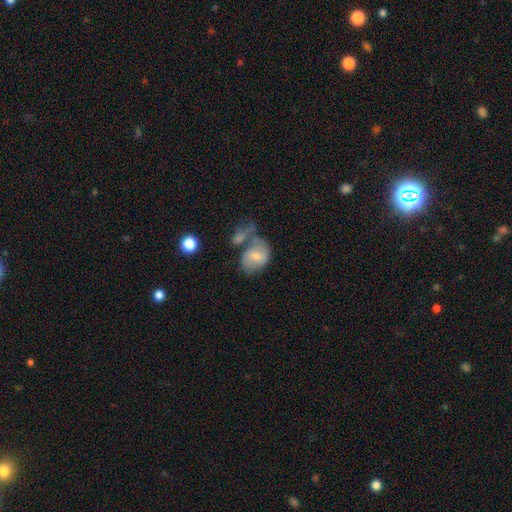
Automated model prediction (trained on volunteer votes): Smooth or featured? Predicted: smooth (p=0.55). How rounded? Predicted: in between (p=0.65). Merging? Predicted: merger (p=0.35).